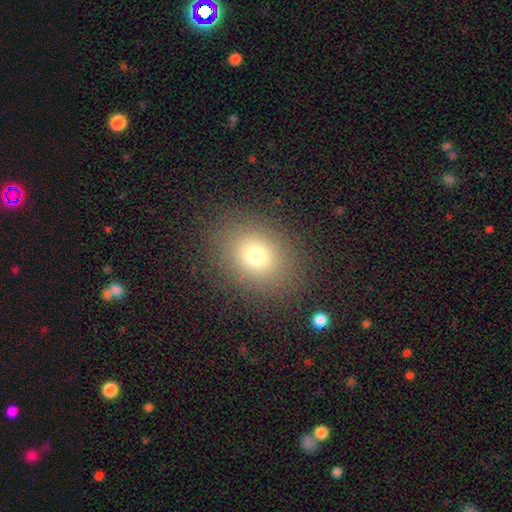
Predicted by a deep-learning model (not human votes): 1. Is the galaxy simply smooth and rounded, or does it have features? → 74% smooth, 15% star or artifact, 12% featured or disk.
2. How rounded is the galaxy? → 52% in between, 47% round, 1% cigar-shaped.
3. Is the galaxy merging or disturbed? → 86% none, 9% minor disturbance, 4% major disturbance, 1% merger.